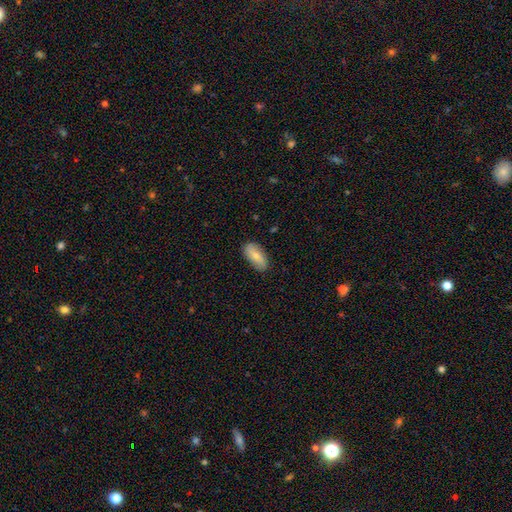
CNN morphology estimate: A smooth galaxy with no disk features (69%) that is in between round and cigar-shaped (88%). Merging: none (82%).